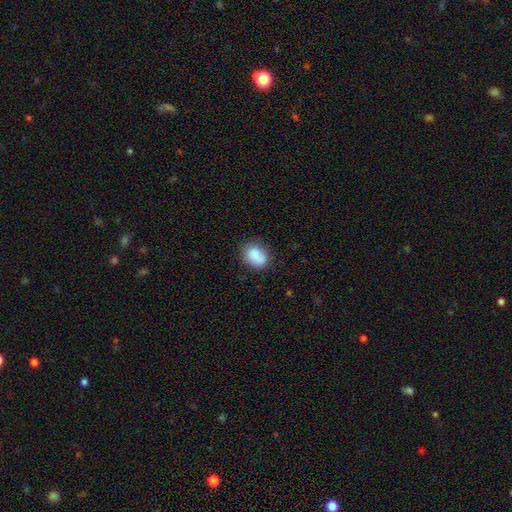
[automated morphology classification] type=smooth (85%); roundness=in between (67%); merging=none (71%).